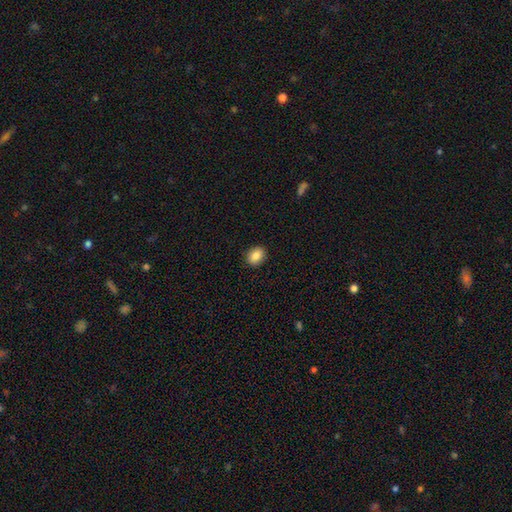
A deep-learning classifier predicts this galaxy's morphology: smooth 87%, star or artifact 8%, featured or disk 4%. Down the decision tree: how rounded — in between (57%); merging — none (90%).